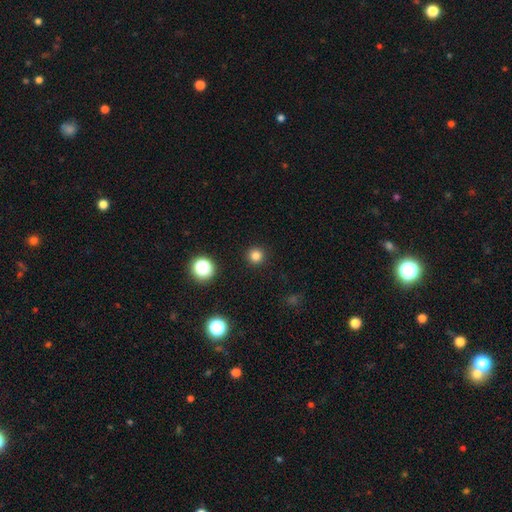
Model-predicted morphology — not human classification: smooth_or_featured: smooth (p=0.81) [alt: star or artifact p=0.15]
how_rounded: round (p=0.96) [alt: in between p=0.03]
merging: none (p=0.92) [alt: minor disturbance p=0.05]